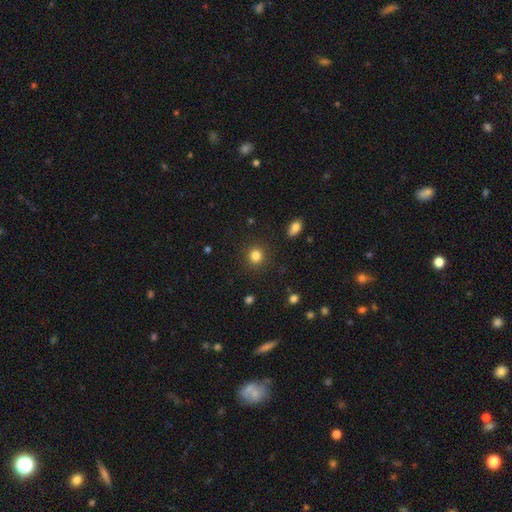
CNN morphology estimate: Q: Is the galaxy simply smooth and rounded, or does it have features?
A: smooth — 84%.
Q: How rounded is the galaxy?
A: round — 90%.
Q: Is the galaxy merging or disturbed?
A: none — 89%.